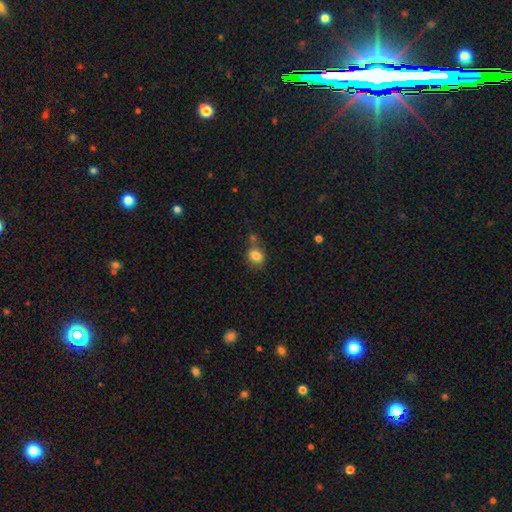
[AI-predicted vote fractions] This is clearly a smooth galaxy (82%). How rounded: possibly round (59%). Merging: possibly none (60%).